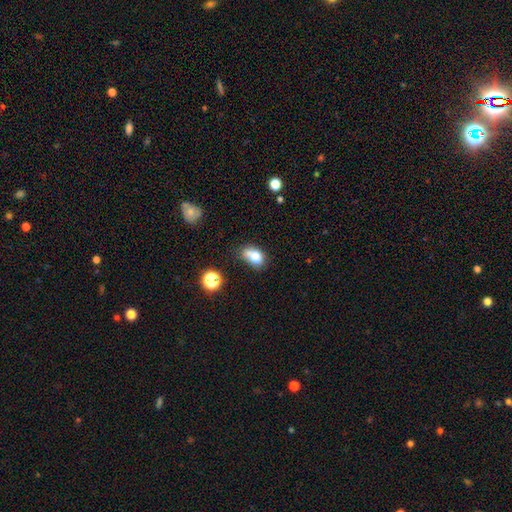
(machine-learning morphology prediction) type=smooth (73%); roundness=in between (67%); merging=none (35%).